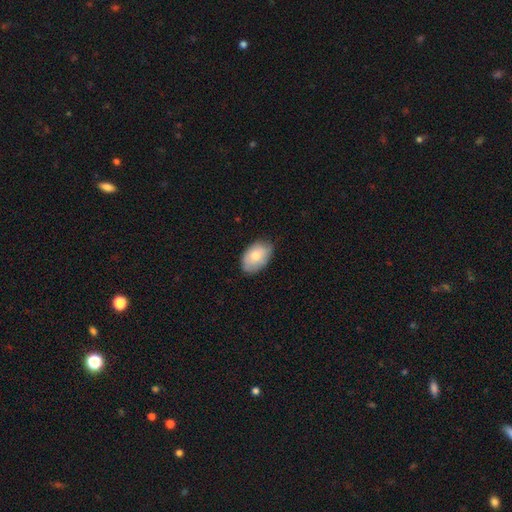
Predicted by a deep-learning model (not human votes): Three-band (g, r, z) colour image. It shows a smooth galaxy with no disk features (73%) that is in between round and cigar-shaped (89%). Merging: none (73%).